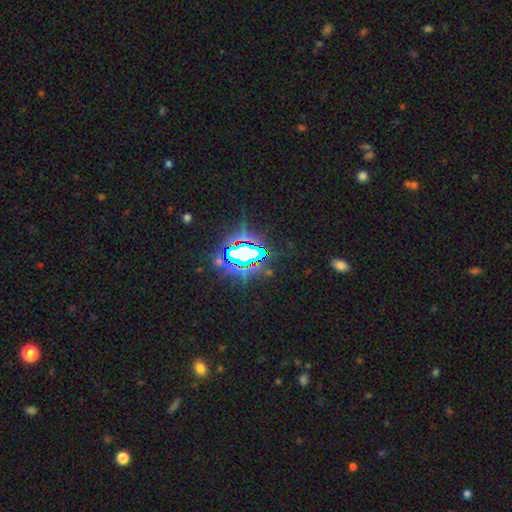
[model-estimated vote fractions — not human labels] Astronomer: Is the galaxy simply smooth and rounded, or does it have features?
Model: star or artifact — 83%.